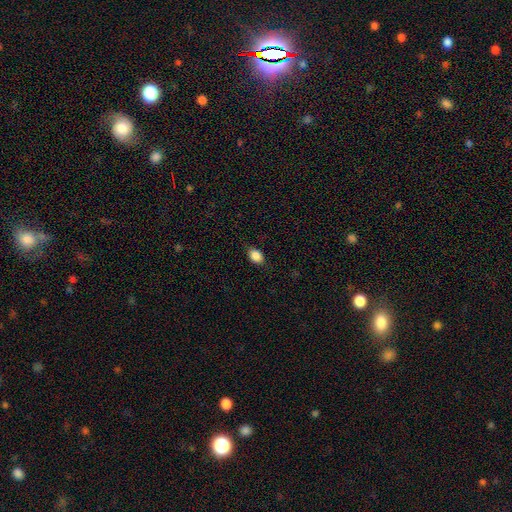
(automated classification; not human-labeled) Morphology: type=smooth (87%); roundness=in between (71%); merging=none (82%).